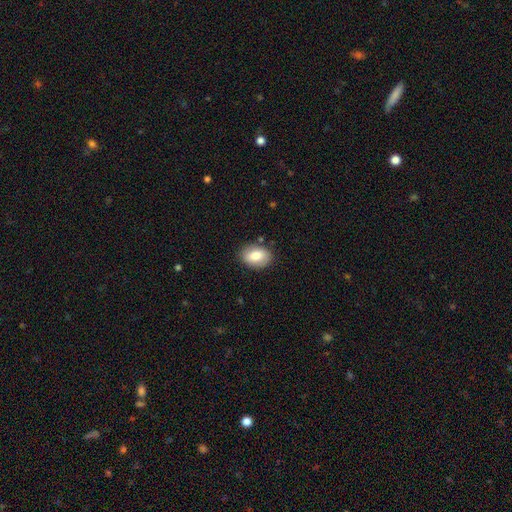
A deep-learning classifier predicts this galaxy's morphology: A smooth galaxy with no disk features (80%) that is in between round and cigar-shaped (82%).

Vote fractions:
- Smooth or featured? smooth: 80% / featured or disk: 13% / star or artifact: 7%
- How rounded? in between: 82% / round: 16% / cigar-shaped: 1%
- Merging? none: 83% / minor disturbance: 12% / major disturbance: 3% / merger: 2%